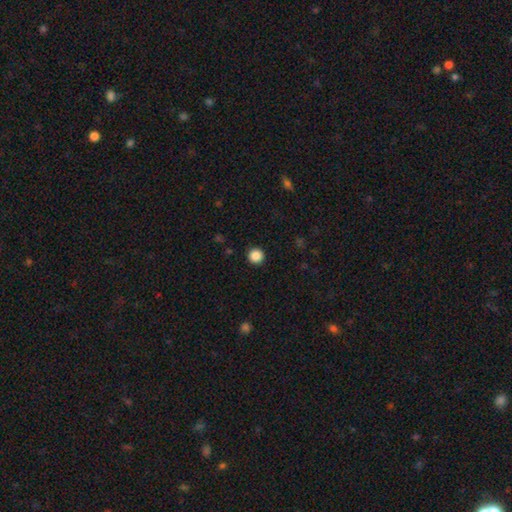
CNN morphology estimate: smooth-or-featured: smooth: 87% | star or artifact: 10% | featured or disk: 3%
  how-rounded: round: 96% | in between: 3% | cigar-shaped: 1%
  merging: none: 93% | minor disturbance: 4% | major disturbance: 2% | merger: 1%